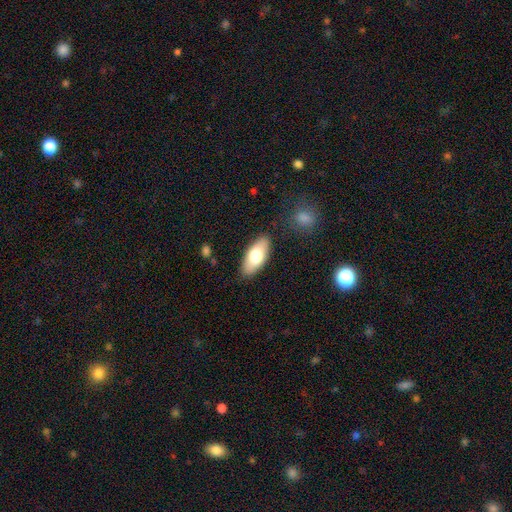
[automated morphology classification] smooth-or-featured: smooth: 70% | featured or disk: 23% | star or artifact: 6%
  how-rounded: in between: 86% | cigar-shaped: 11% | round: 3%
  merging: none: 86% | minor disturbance: 10% | major disturbance: 2% | merger: 2%